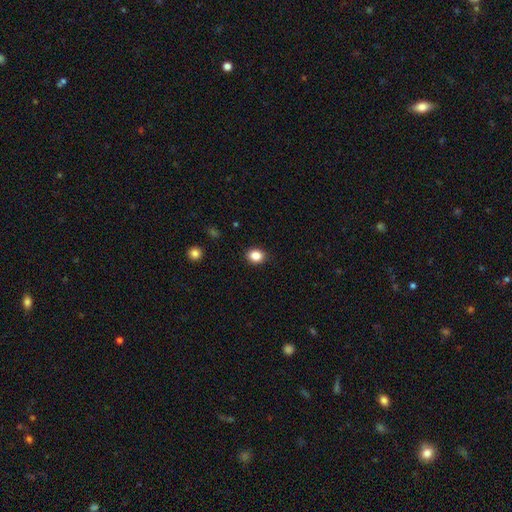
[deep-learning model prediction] Morphology: type=smooth (85%); roundness=round (60%); merging=none (90%).